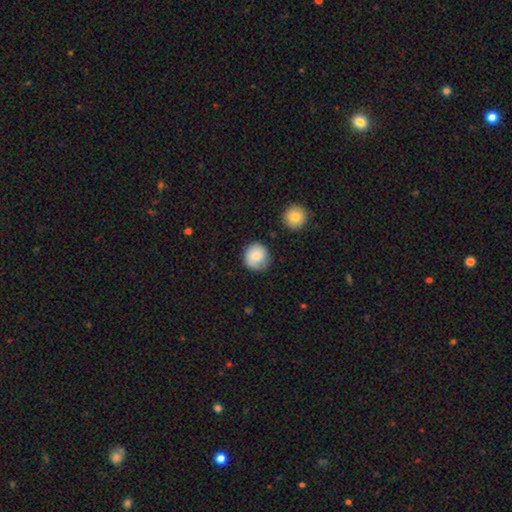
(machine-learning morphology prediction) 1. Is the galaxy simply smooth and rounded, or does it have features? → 82% smooth, 11% featured or disk, 7% star or artifact.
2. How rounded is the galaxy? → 87% round, 12% in between, 1% cigar-shaped.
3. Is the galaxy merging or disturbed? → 76% none, 17% minor disturbance, 4% major disturbance, 2% merger.